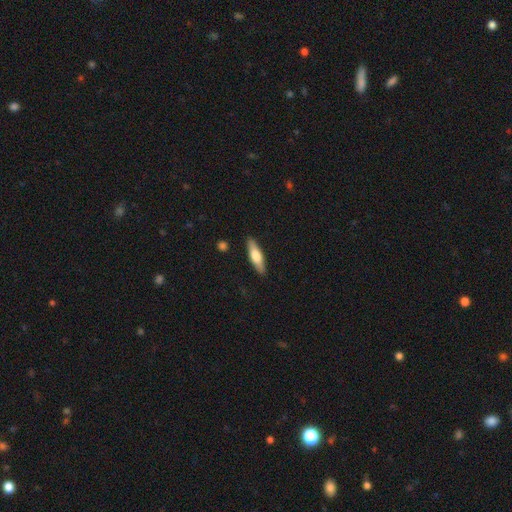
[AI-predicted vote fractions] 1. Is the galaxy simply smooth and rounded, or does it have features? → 56% smooth, 38% featured or disk, 6% star or artifact.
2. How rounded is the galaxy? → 66% cigar-shaped, 32% in between, 2% round.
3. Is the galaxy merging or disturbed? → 88% none, 9% minor disturbance, 2% major disturbance, 1% merger.